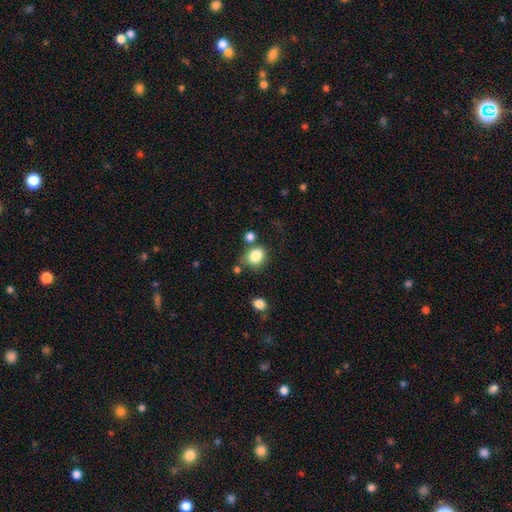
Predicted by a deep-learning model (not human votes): Smooth or featured?
  - smooth: 83% *
  - star or artifact: 10%
  - featured or disk: 7%
How rounded?
  - round: 61% *
  - in between: 39%
  - cigar-shaped: 1%
Merging?
  - none: 60% *
  - minor disturbance: 19%
  - merger: 13%
  - major disturbance: 7%